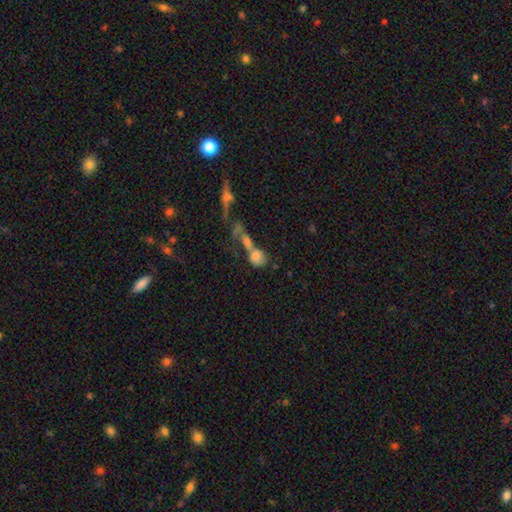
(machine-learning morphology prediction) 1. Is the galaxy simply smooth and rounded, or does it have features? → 68% smooth, 20% featured or disk, 12% star or artifact.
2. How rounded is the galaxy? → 50% in between, 45% round, 5% cigar-shaped.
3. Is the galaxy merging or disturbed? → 60% merger, 20% none, 12% major disturbance, 9% minor disturbance.